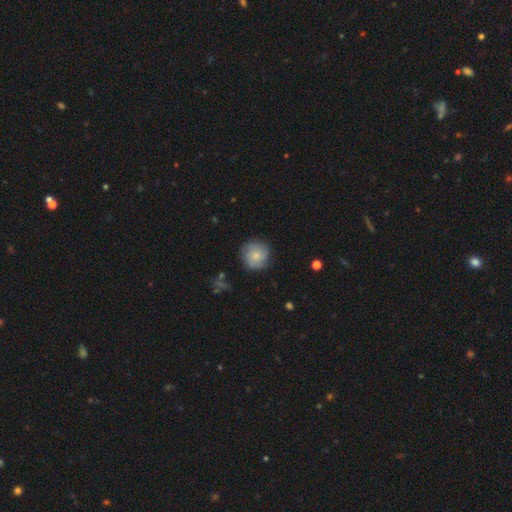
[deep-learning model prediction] A smooth galaxy with no disk features (61%) that is round (93%).

Vote fractions:
- Smooth or featured? smooth: 61% / featured or disk: 32% / star or artifact: 7%
- How rounded? round: 93% / in between: 6% / cigar-shaped: 1%
- Merging? none: 81% / minor disturbance: 14% / major disturbance: 4% / merger: 1%